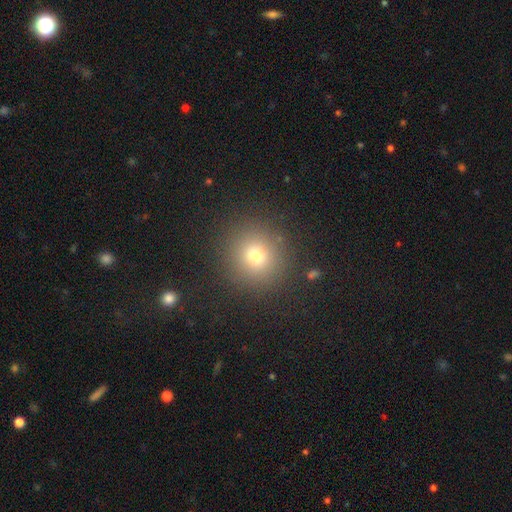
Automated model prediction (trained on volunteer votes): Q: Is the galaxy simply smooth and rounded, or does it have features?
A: smooth — 73%.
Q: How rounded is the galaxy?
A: round — 92%.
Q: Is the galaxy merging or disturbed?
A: none — 88%.